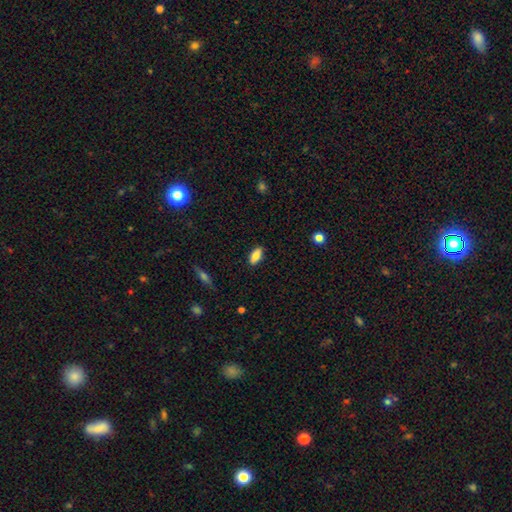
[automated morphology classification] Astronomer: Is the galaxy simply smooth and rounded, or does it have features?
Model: smooth — 82%.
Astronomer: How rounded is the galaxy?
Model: in between — 83%.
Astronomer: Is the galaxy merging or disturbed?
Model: none — 86%.